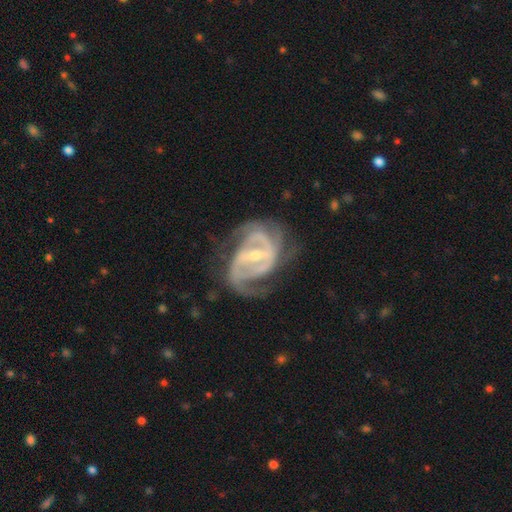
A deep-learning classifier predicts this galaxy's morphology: Smooth or featured?
  - featured or disk: 90% *
  - smooth: 5%
  - star or artifact: 5%
Edge-on disk?
  - no: 97% *
  - yes: 3%
Bar?
  - strong: 54% *
  - weak: 36%
  - no: 11%
Spiral arms?
  - yes: 94% *
  - no: 6%
Spiral winding?
  - medium: 47% *
  - tight: 38%
  - loose: 15%
Spiral arm count?
  - 2: 54% *
  - 3: 18%
  - can't tell: 16%
  - 1: 5%
  - 4: 4%
  - more than 4: 3%
Bulge size?
  - small: 56% *
  - moderate: 39%
  - large: 2%
  - none: 2%
  - dominant: 1%
Merging?
  - none: 56% *
  - major disturbance: 22%
  - minor disturbance: 21%
  - merger: 2%